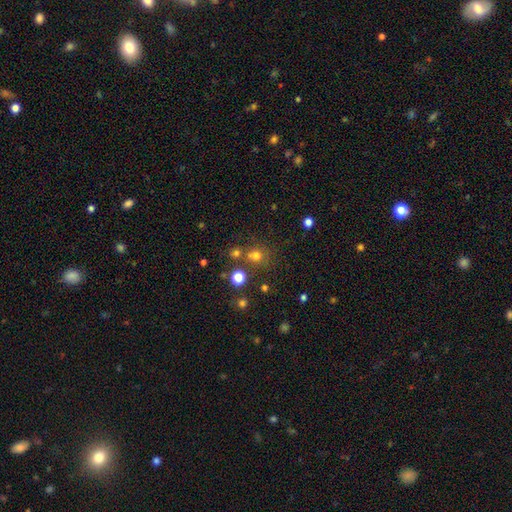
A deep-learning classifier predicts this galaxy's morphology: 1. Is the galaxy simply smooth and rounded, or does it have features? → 69% smooth, 22% star or artifact, 9% featured or disk.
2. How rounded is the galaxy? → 82% round, 17% in between, 1% cigar-shaped.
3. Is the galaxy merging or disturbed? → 63% none, 22% merger, 10% minor disturbance, 5% major disturbance.